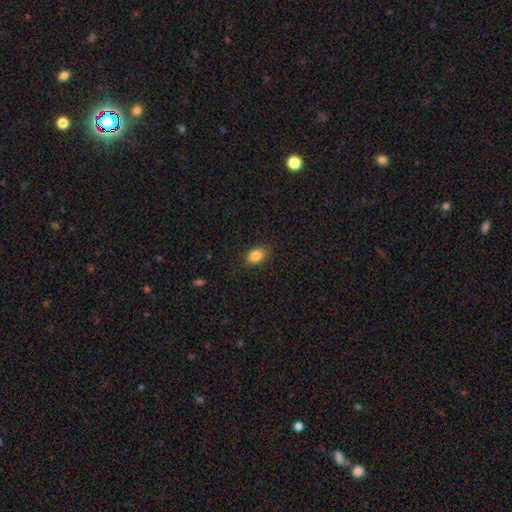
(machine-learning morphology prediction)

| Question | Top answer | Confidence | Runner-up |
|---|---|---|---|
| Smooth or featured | smooth | 85% | star or artifact (9%) |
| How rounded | in between | 81% | round (18%) |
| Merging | none | 88% | minor disturbance (9%) |